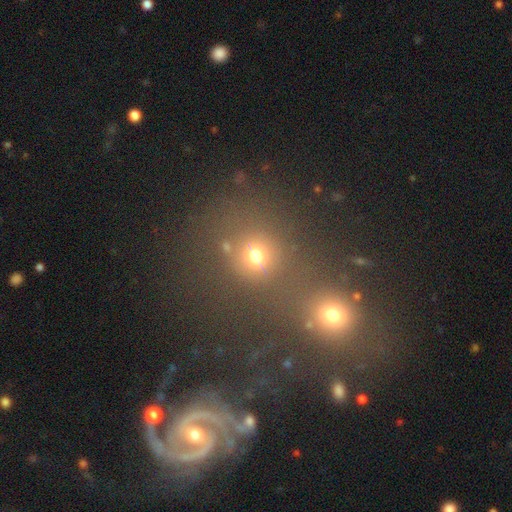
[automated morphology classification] Smooth or featured: smooth — 68% (star or artifact — 23%)
How rounded: round — 78% (in between — 20%)
Merging: none — 60% (merger — 22%)